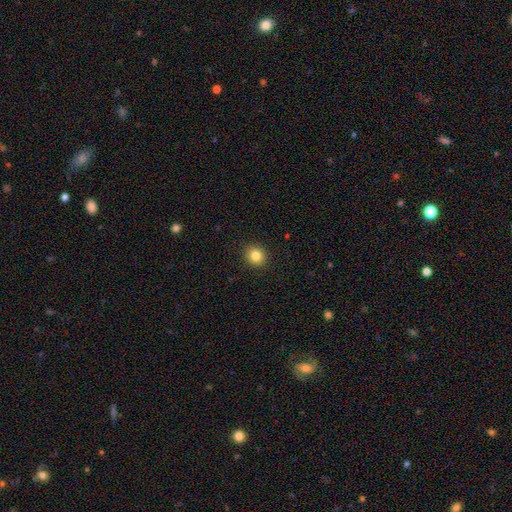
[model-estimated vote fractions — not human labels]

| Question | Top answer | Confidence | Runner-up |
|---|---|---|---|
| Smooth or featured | smooth | 83% | star or artifact (11%) |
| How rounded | round | 86% | in between (13%) |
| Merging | none | 92% | minor disturbance (5%) |